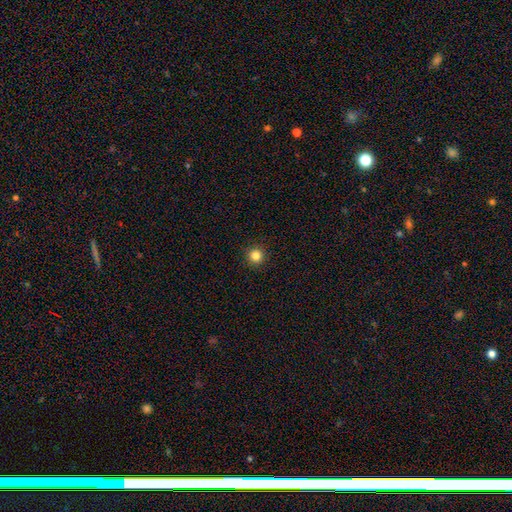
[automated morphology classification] smooth-or-featured: smooth: 83% | star or artifact: 12% | featured or disk: 4%
  how-rounded: round: 96% | in between: 3% | cigar-shaped: 1%
  merging: none: 93% | minor disturbance: 4% | major disturbance: 2% | merger: 1%